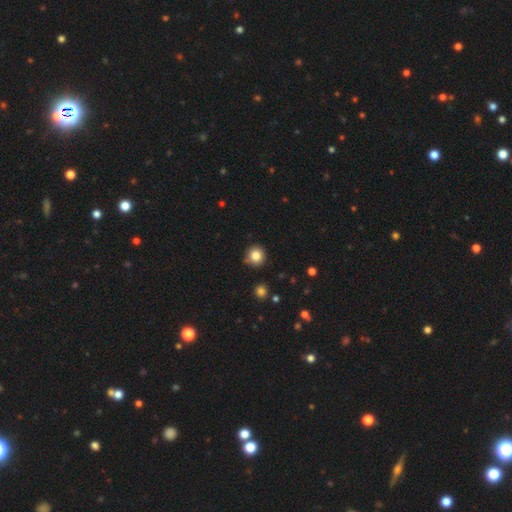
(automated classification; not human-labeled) Overall: smooth (83%). How rounded: round (93%). Merging: none (84%).